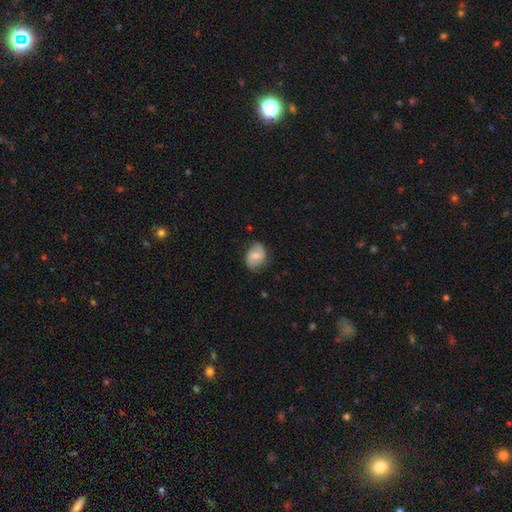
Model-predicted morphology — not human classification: Q: Smooth or featured?
A: smooth (52%); runner-up: featured or disk (41%)
Q: How rounded?
A: in between (62%); runner-up: round (37%)
Q: Merging?
A: none (71%); runner-up: minor disturbance (22%)